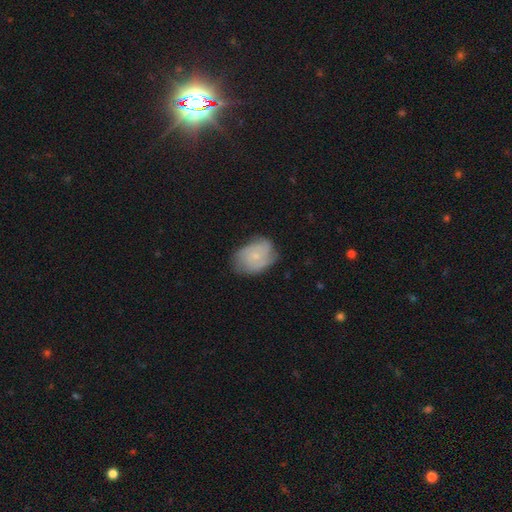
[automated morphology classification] Smooth or featured? featured or disk (53%)
Edge-on disk? no (97%)
Bar? no (78%)
Spiral arms? yes (85%)
Bulge size? small (71%)
Merging? none (61%)